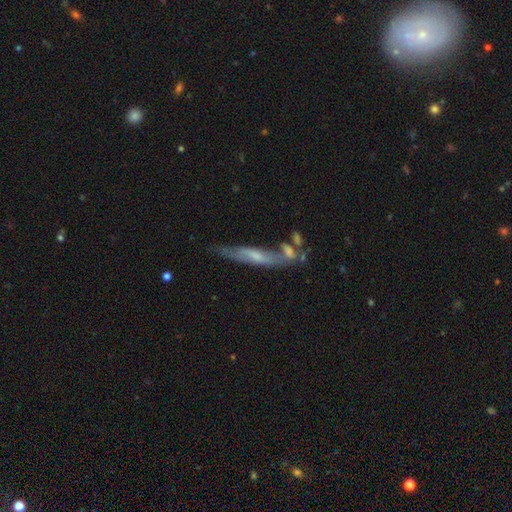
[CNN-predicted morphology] Smooth or featured? Predicted: featured or disk (p=0.60). Edge-on disk? Predicted: yes (p=0.66). Merging? Predicted: none (p=0.49).